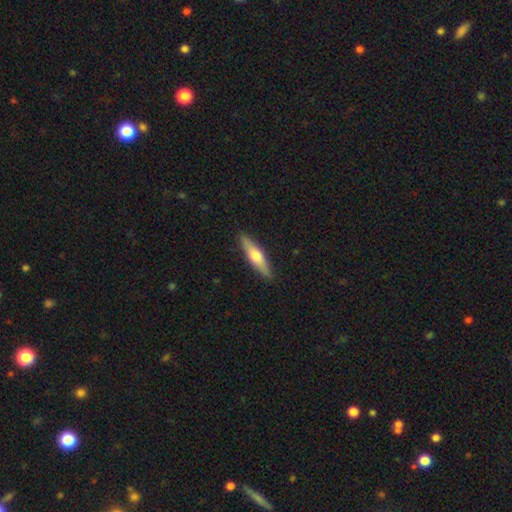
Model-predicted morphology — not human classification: Smooth or featured? smooth (52%)
How rounded? cigar-shaped (77%)
Merging? none (89%)